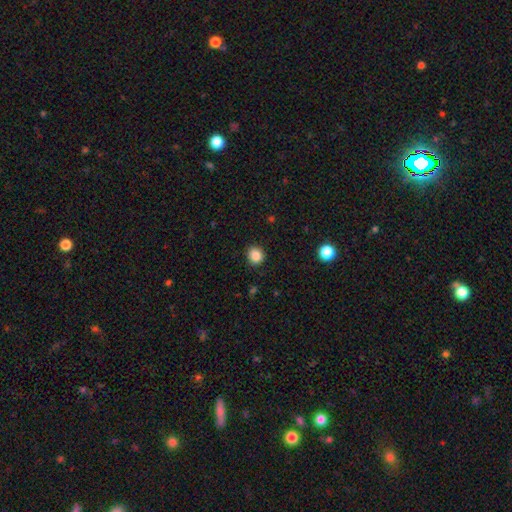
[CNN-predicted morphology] The model was most divided on "how rounded": round: 85%, in between: 15%, cigar-shaped: 1%. More confident: merging — none (90%); smooth or featured — smooth (86%).